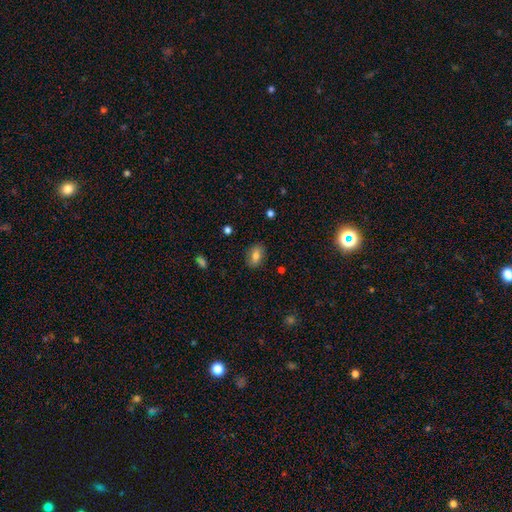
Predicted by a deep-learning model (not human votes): Smooth or featured? Predicted: smooth (p=0.79). How rounded? Predicted: in between (p=0.85). Merging? Predicted: none (p=0.85).